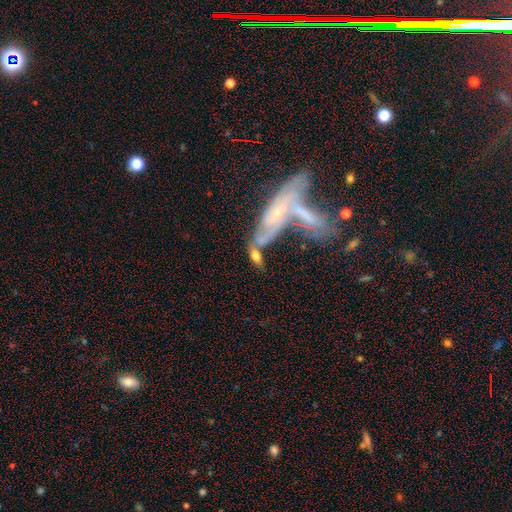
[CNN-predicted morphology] smooth 55%, featured or disk 37%, star or artifact 9%. Down the decision tree: how rounded — in between (62%); merging — merger (43%).